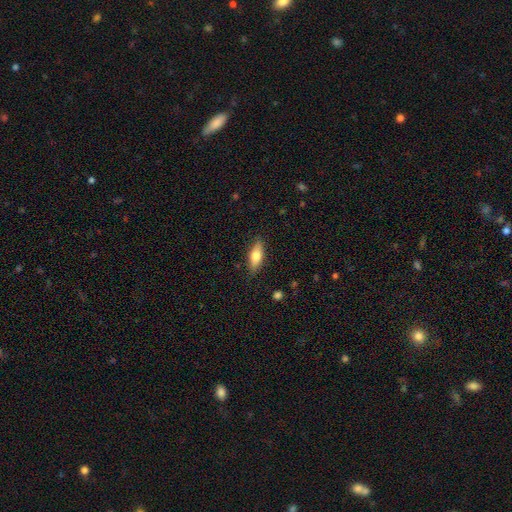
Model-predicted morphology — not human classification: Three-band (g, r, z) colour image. It shows a smooth galaxy with no disk features (69%) that is in between round and cigar-shaped (66%). Merging: none (86%).